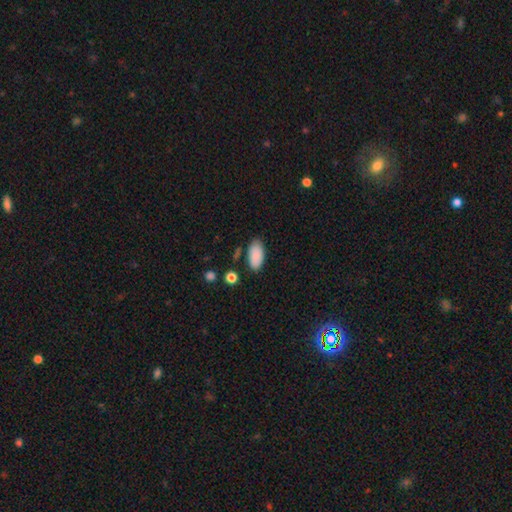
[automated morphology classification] Smooth or featured? Predicted: smooth (p=0.89). How rounded? Predicted: in between (p=0.94). Merging? Predicted: none (p=0.80).